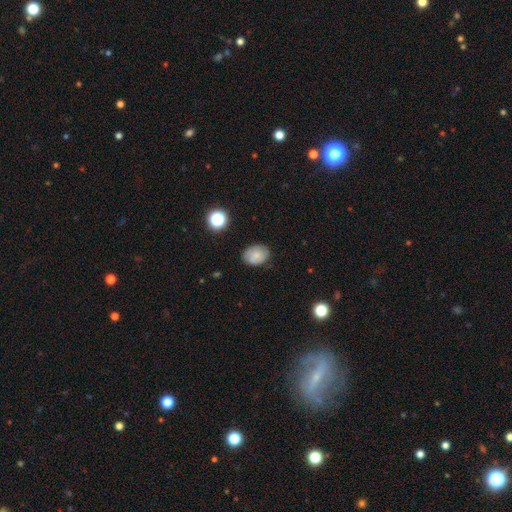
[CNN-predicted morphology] Overall: smooth (65%). How rounded: in between (67%; round 32%). Merging: none (78%).